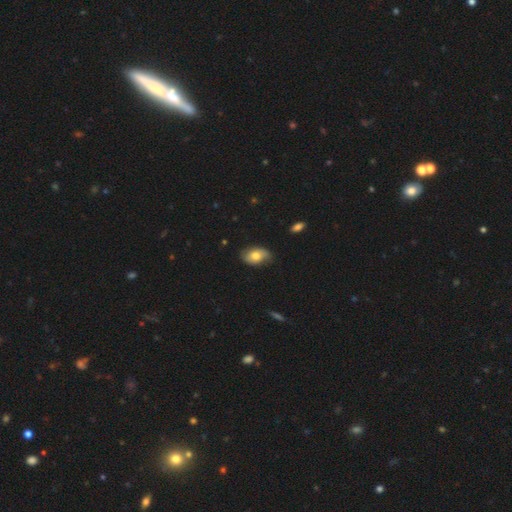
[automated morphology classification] Smooth or featured: smooth — 69% (featured or disk — 24%)
How rounded: in between — 90% (round — 8%)
Merging: none — 72% (minor disturbance — 23%)